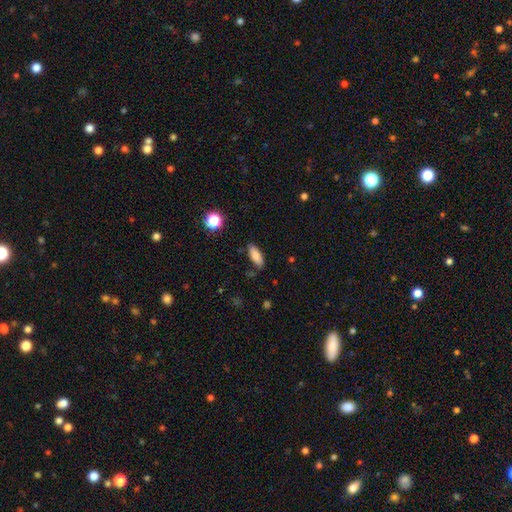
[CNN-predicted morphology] Smooth or featured?
  - smooth: 83% *
  - star or artifact: 9%
  - featured or disk: 8%
How rounded?
  - in between: 74% *
  - cigar-shaped: 24%
  - round: 3%
Merging?
  - none: 83% *
  - minor disturbance: 12%
  - major disturbance: 3%
  - merger: 2%